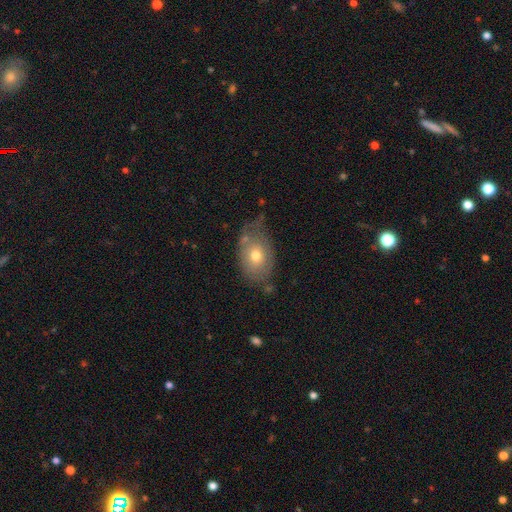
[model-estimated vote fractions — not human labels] This is likely a smooth galaxy (66%). How rounded: likely in between (78%). Merging: possibly none (50%).